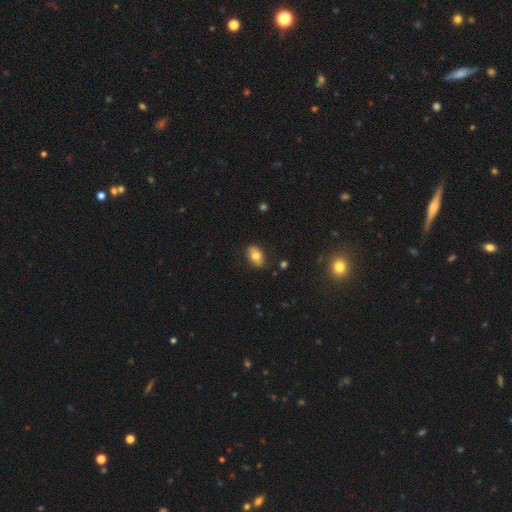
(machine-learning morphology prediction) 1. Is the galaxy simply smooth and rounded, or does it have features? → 73% smooth, 19% featured or disk, 8% star or artifact.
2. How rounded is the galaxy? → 89% in between, 9% round, 3% cigar-shaped.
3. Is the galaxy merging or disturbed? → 84% none, 12% minor disturbance, 2% major disturbance, 1% merger.